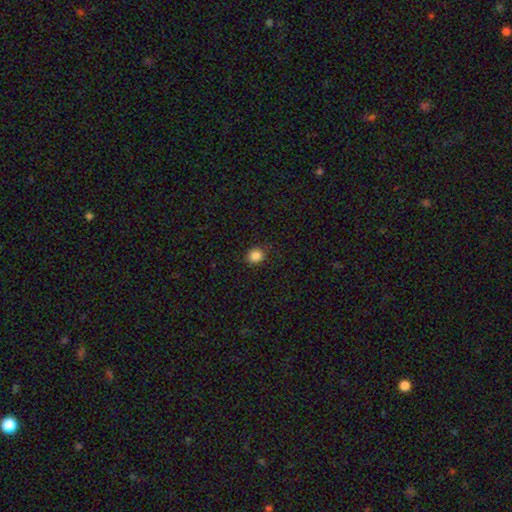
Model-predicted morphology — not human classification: Smooth or featured: smooth — 86% (star or artifact — 11%)
How rounded: round — 77% (in between — 22%)
Merging: none — 87% (minor disturbance — 9%)